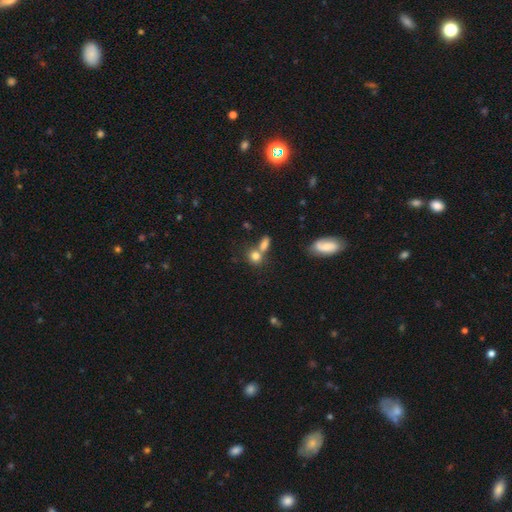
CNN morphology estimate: Q: Smooth or featured?
A: smooth (79%); runner-up: star or artifact (12%)
Q: How rounded?
A: round (65%); runner-up: in between (33%)
Q: Merging?
A: none (44%); runner-up: merger (42%)